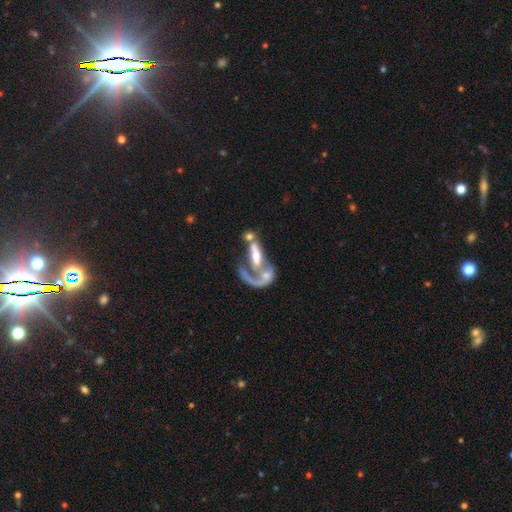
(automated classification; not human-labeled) Q: Smooth or featured?
A: featured or disk (66%); runner-up: smooth (27%)
Q: Edge-on disk?
A: no (87%); runner-up: yes (13%)
Q: Bar?
A: no (54%); runner-up: weak (27%)
Q: Spiral arms?
A: yes (53%); runner-up: no (47%)
Q: Bulge size?
A: moderate (47%); runner-up: small (24%)
Q: Merging?
A: merger (53%); runner-up: major disturbance (24%)